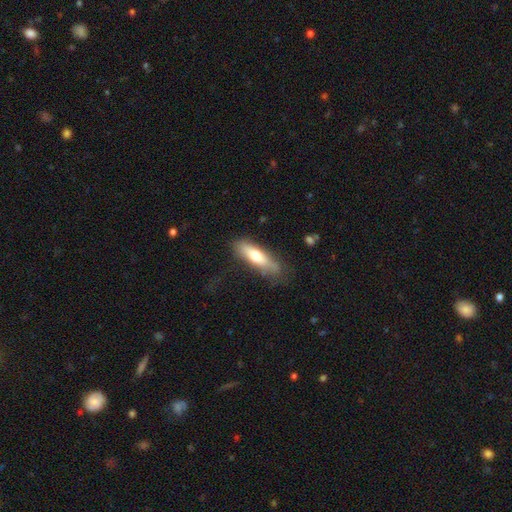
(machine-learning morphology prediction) Overall: smooth (67%). How rounded: cigar-shaped (54%; in between 44%). Merging: none (68%).